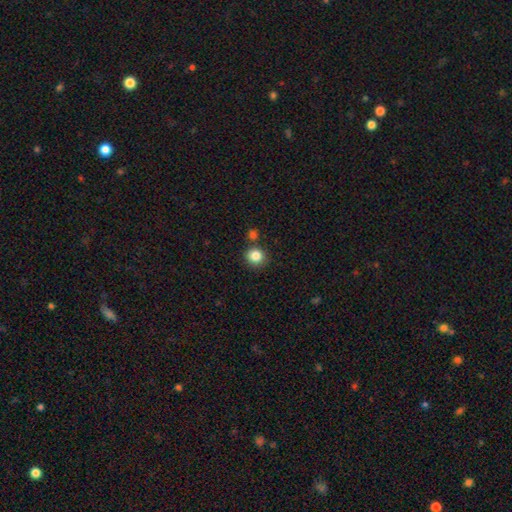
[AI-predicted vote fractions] Overall: smooth (84%). How rounded: round (87%). Merging: none (80%).